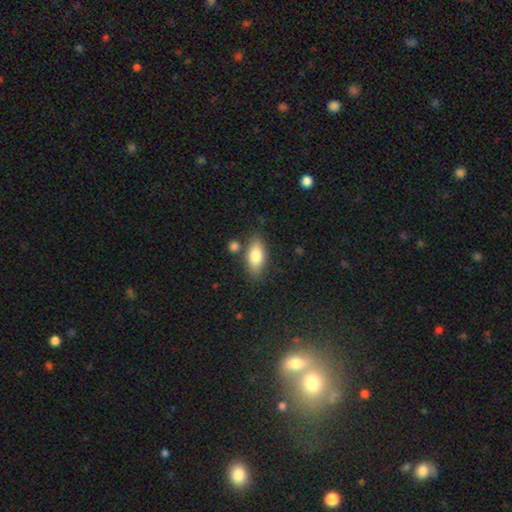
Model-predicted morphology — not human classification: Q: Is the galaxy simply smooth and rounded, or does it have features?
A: smooth — 80%.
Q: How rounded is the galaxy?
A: in between — 86%.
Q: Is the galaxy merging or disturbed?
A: none — 78%.